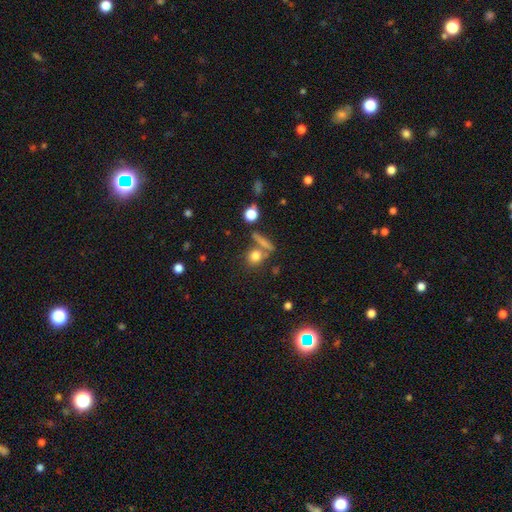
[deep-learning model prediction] The model was most divided on "merging": none: 63%, merger: 22%, minor disturbance: 10%, major disturbance: 5%. More confident: smooth or featured — smooth (77%); how rounded — round (74%).